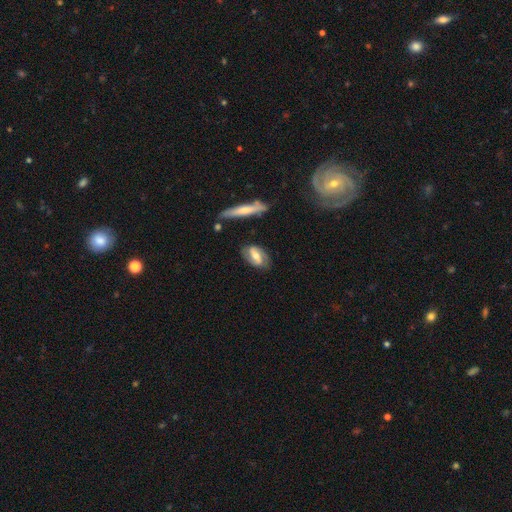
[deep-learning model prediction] A featured or disk galaxy (59%) with a weak bar (41%), spiral arms (79%) and a moderate central bulge (59%).

Vote fractions:
- Smooth or featured? featured or disk: 59% / smooth: 34% / star or artifact: 6%
- Edge-on disk? no: 88% / yes: 12%
- Bar? weak: 41% / strong: 36% / no: 23%
- Spiral arms? yes: 79% / no: 21%
- Bulge size? moderate: 59% / small: 26% / large: 10% / none: 4% / dominant: 2%
- Merging? none: 76% / minor disturbance: 16% / major disturbance: 5% / merger: 3%